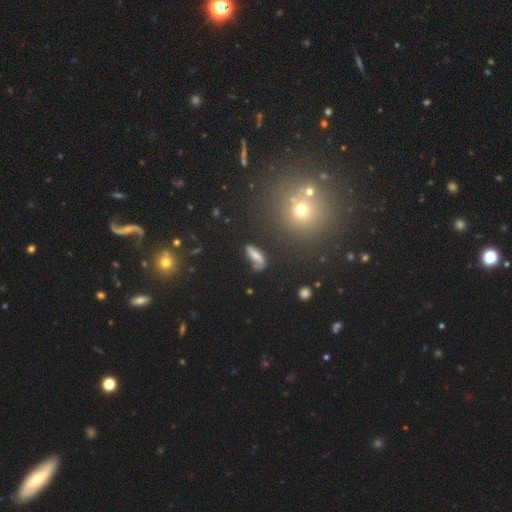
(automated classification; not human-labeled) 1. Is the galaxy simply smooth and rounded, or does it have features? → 50% smooth, 35% featured or disk, 15% star or artifact.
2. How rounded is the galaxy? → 52% in between, 41% cigar-shaped, 7% round.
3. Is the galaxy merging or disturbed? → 53% none, 22% minor disturbance, 15% major disturbance, 10% merger.